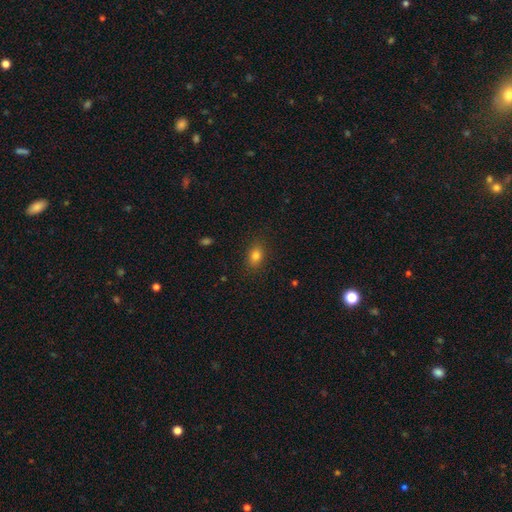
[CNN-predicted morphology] This appears to be a smooth galaxy with no disk features (81%) that is in between round and cigar-shaped (69%). Merging: none (87%).